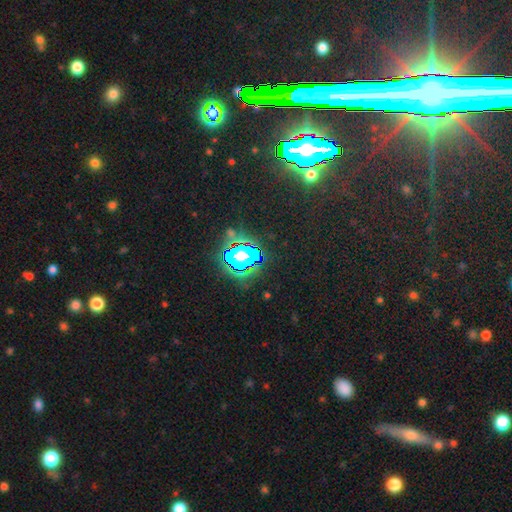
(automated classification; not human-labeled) Q: Smooth or featured?
A: star or artifact (83%); runner-up: smooth (9%)